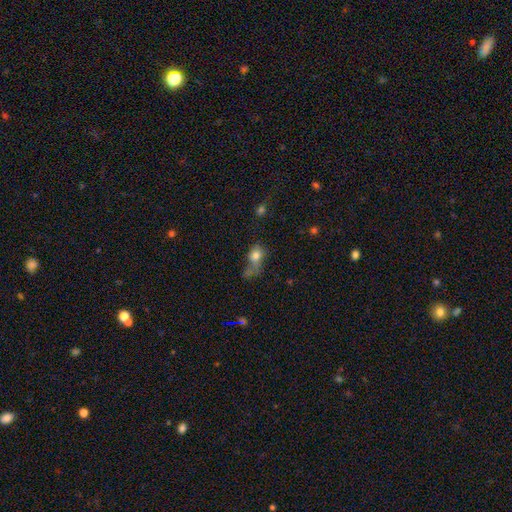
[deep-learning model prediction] The model was most divided on "merging": none: 30%, major disturbance: 27%, minor disturbance: 23%, merger: 20%. More confident: smooth or featured — smooth (75%); how rounded — in between (51%).